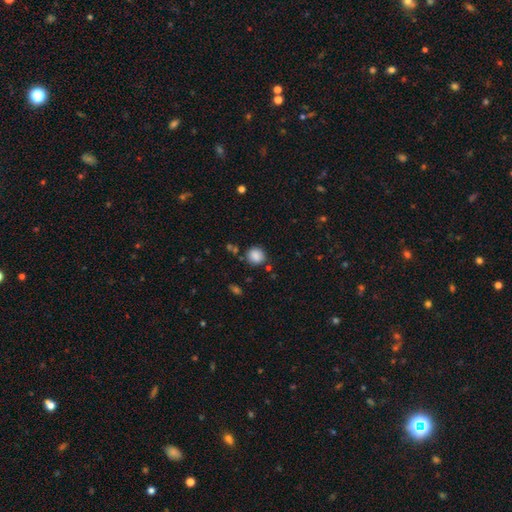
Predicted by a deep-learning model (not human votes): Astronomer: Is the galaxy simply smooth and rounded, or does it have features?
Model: smooth — 87%.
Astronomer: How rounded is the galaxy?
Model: round — 82%.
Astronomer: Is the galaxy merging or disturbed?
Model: none — 80%.